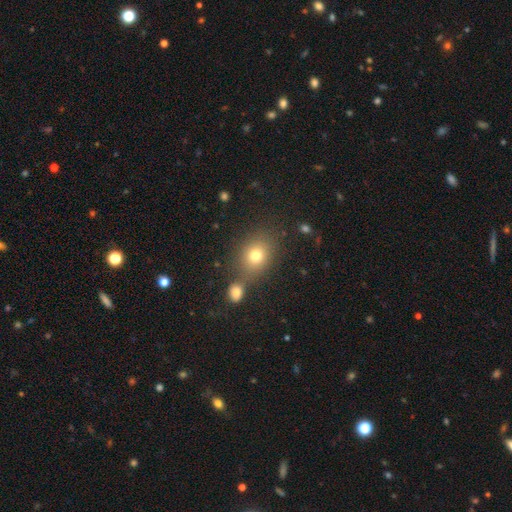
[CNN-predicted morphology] Q: Smooth or featured?
A: smooth (76%); runner-up: star or artifact (14%)
Q: How rounded?
A: round (52%); runner-up: in between (47%)
Q: Merging?
A: none (65%); runner-up: merger (18%)